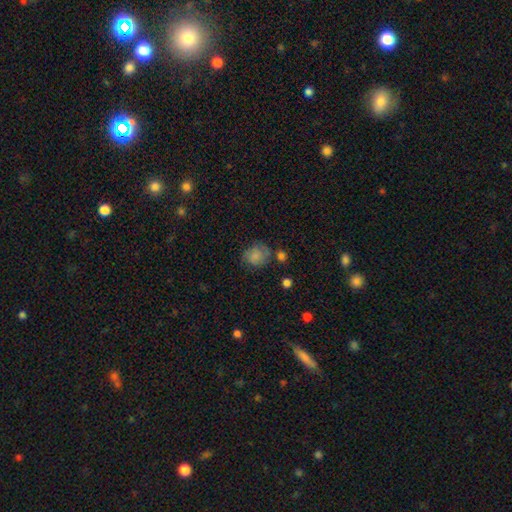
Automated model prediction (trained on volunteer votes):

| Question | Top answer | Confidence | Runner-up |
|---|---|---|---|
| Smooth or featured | smooth | 71% | featured or disk (19%) |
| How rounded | round | 67% | in between (32%) |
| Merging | none | 59% | minor disturbance (24%) |